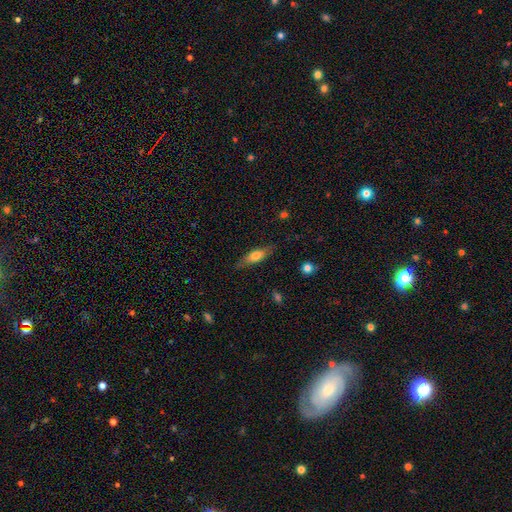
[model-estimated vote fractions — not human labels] Smooth or featured? smooth (59%)
How rounded? cigar-shaped (50%)
Merging? none (80%)